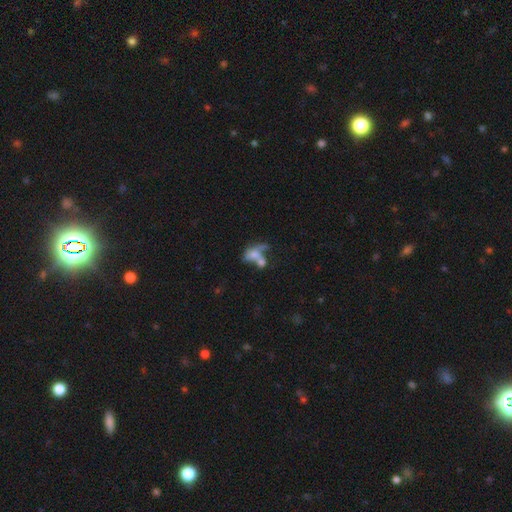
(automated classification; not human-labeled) Smooth or featured? smooth (49%)
Merging? merger (54%)